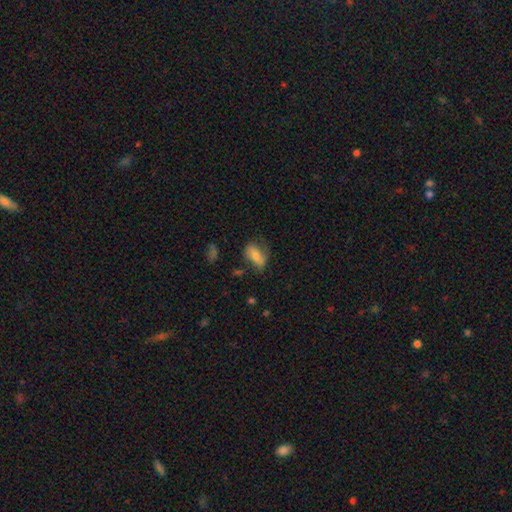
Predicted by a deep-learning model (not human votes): Smooth or featured? smooth (60%)
How rounded? in between (83%)
Merging? none (57%)